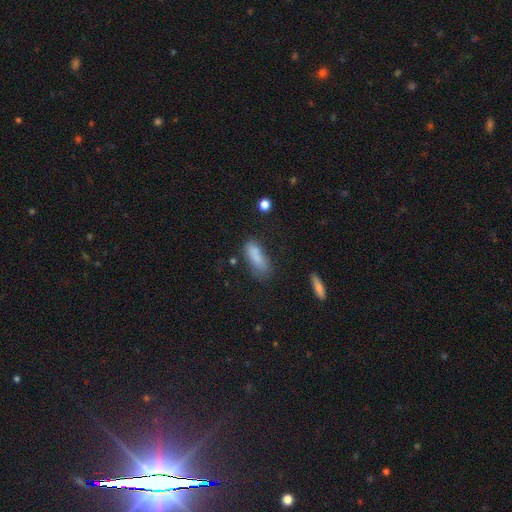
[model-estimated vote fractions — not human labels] smooth-or-featured: smooth: 82% | star or artifact: 9% | featured or disk: 9%
  how-rounded: in between: 66% | cigar-shaped: 32% | round: 3%
  merging: none: 50% | minor disturbance: 29% | major disturbance: 15% | merger: 5%